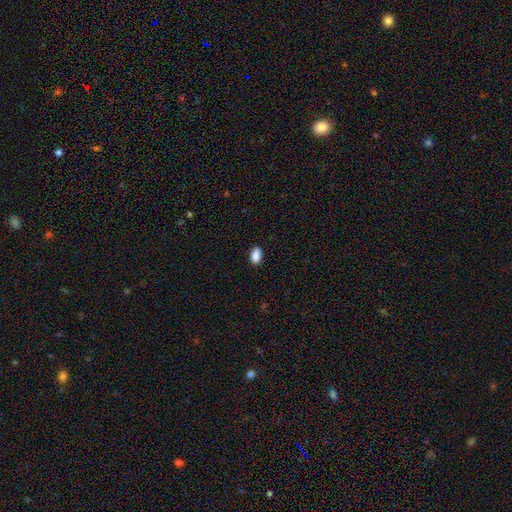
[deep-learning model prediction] smooth 89%, star or artifact 8%, featured or disk 3%. Down the decision tree: how rounded — in between (92%); merging — none (88%).